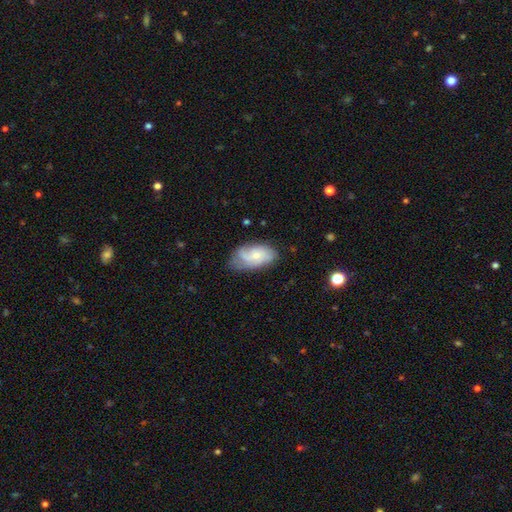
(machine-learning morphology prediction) smooth_or_featured: featured or disk (p=0.58) [alt: smooth p=0.35]
disk_edge_on: no (p=0.95) [alt: yes p=0.05]
bar: no (p=0.73) [alt: weak p=0.24]
has_spiral_arms: yes (p=0.87) [alt: no p=0.13]
bulge_size: small (p=0.61) [alt: moderate p=0.32]
merging: none (p=0.59) [alt: minor disturbance p=0.28]